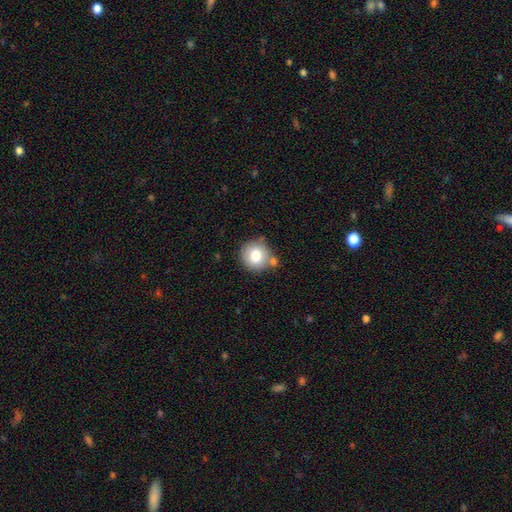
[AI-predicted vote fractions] A smooth galaxy with no disk features (77%) that is round (89%). Merging: none (69%).